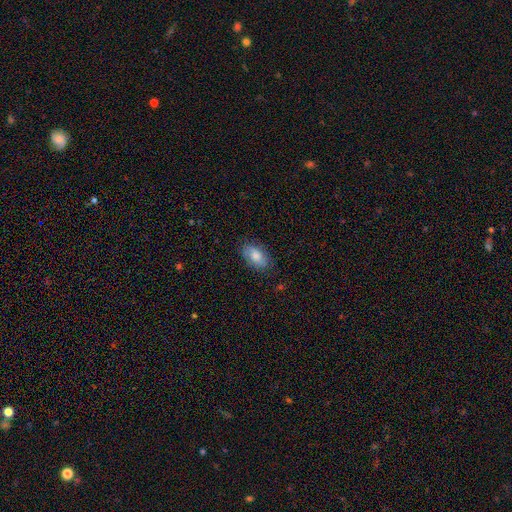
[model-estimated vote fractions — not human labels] smooth-or-featured: smooth: 75% | featured or disk: 18% | star or artifact: 7%
  how-rounded: in between: 92% | round: 6% | cigar-shaped: 2%
  merging: none: 80% | minor disturbance: 15% | major disturbance: 4% | merger: 1%